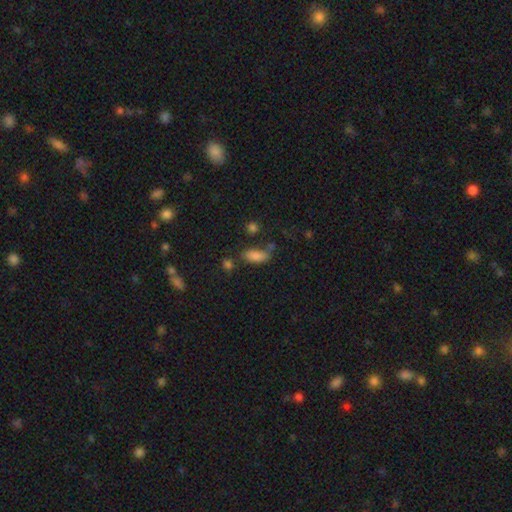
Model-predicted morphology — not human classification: A smooth galaxy with no disk features (82%) that is in between round and cigar-shaped (80%).

Vote fractions:
- Smooth or featured? smooth: 82% / star or artifact: 11% / featured or disk: 7%
- How rounded? in between: 80% / cigar-shaped: 17% / round: 3%
- Merging? none: 61% / minor disturbance: 20% / merger: 12% / major disturbance: 7%